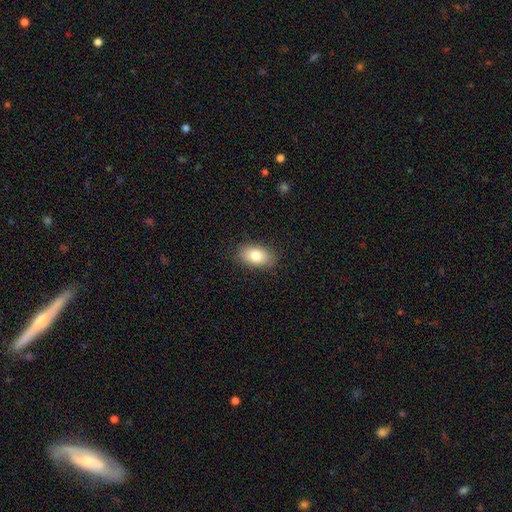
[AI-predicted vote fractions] Smooth or featured? Predicted: smooth (p=0.81). How rounded? Predicted: in between (p=0.91). Merging? Predicted: none (p=0.87).